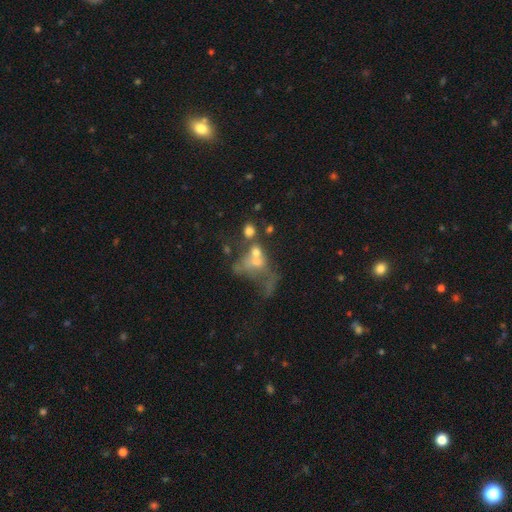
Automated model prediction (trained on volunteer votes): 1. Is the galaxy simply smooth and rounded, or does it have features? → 44% featured or disk, 32% smooth, 24% star or artifact.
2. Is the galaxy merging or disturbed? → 44% merger, 28% major disturbance, 19% none, 9% minor disturbance.